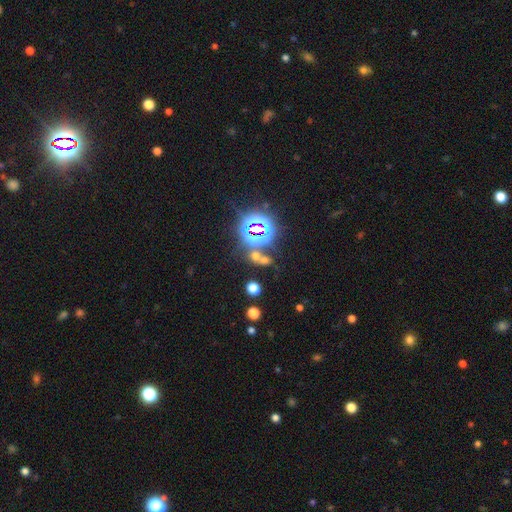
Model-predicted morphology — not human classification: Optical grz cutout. It shows a star or artifact, not a galaxy (51%).